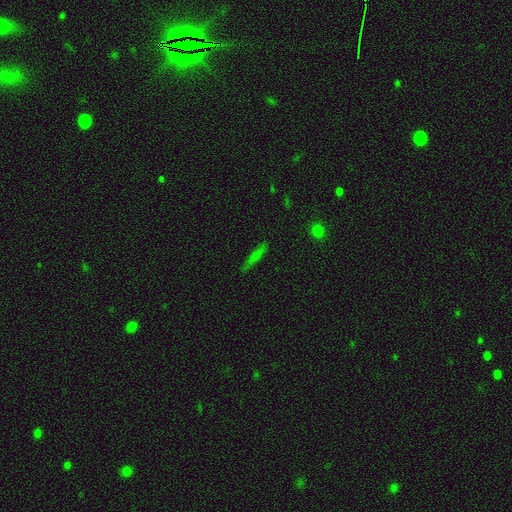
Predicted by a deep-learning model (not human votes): Smooth or featured? smooth (61%)
How rounded? cigar-shaped (88%)
Merging? none (84%)